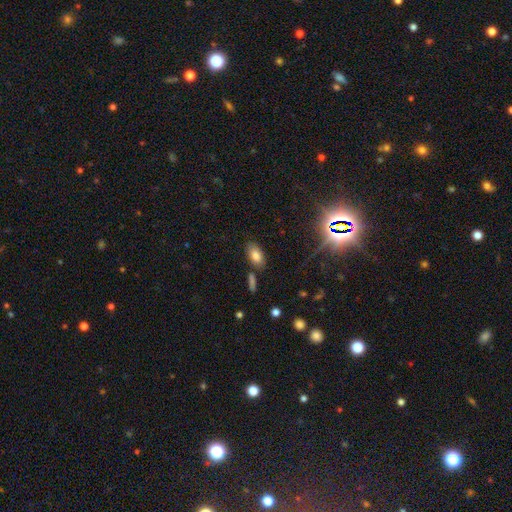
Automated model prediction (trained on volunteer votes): The model was most divided on "merging": none: 78%, minor disturbance: 12%, merger: 7%, major disturbance: 3%. More confident: how rounded — in between (92%); smooth or featured — smooth (79%).